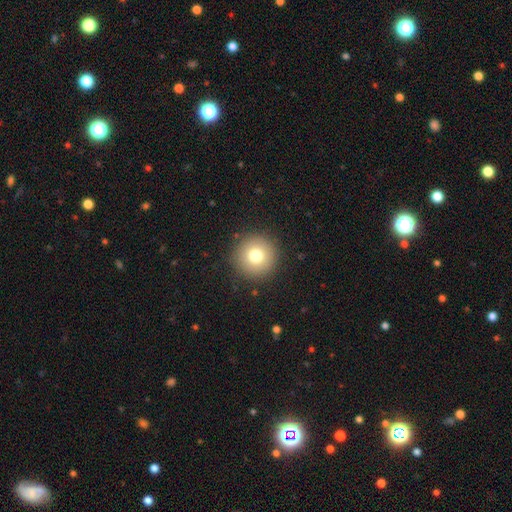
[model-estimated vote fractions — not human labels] The model was most divided on "smooth or featured": smooth: 76%, star or artifact: 12%, featured or disk: 12%. More confident: how rounded — round (96%); merging — none (91%).